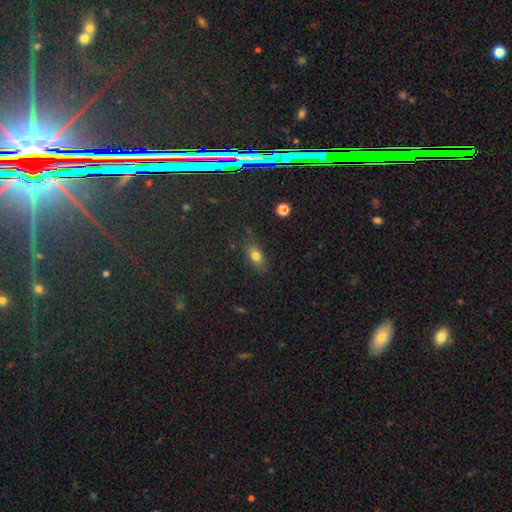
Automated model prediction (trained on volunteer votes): smooth 75%, star or artifact 14%, featured or disk 11%. Down the decision tree: how rounded — in between (77%); merging — none (79%).